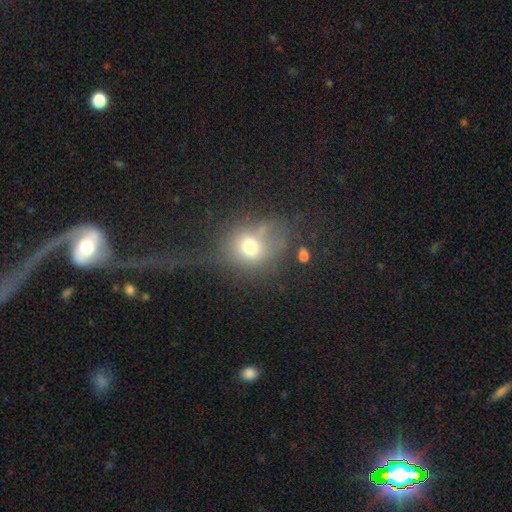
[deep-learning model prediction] Smooth or featured? Predicted: smooth (p=0.54). How rounded? Predicted: round (p=0.72). Merging? Predicted: major disturbance (p=0.32, tied with none).